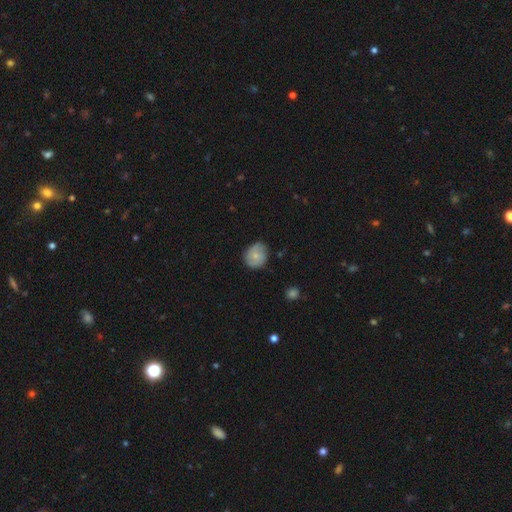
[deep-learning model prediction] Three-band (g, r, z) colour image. It shows a smooth galaxy with no disk features (60%) that is round (74%). Merging: none (69%).